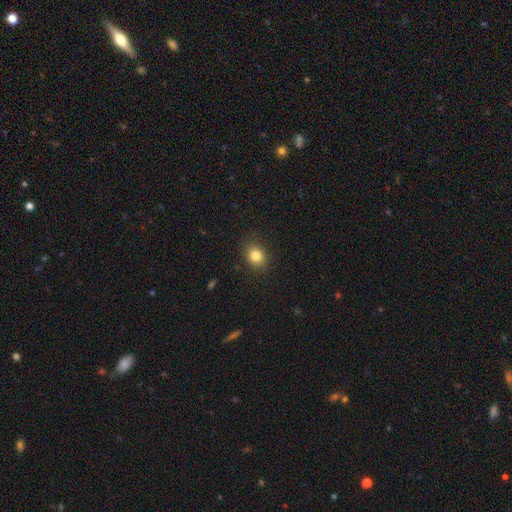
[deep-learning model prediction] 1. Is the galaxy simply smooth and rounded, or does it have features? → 83% smooth, 11% star or artifact, 7% featured or disk.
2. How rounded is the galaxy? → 52% round, 47% in between, 1% cigar-shaped.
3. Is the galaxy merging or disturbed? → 88% none, 9% minor disturbance, 3% major disturbance, 1% merger.